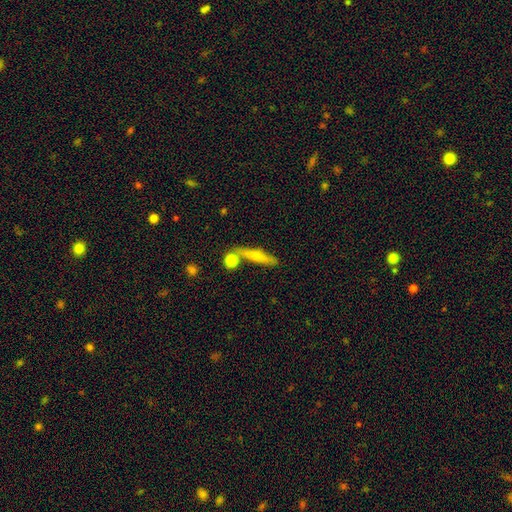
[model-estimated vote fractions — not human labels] smooth 59%, featured or disk 33%, star or artifact 7%. Down the decision tree: how rounded — cigar-shaped (82%); merging — none (68%).